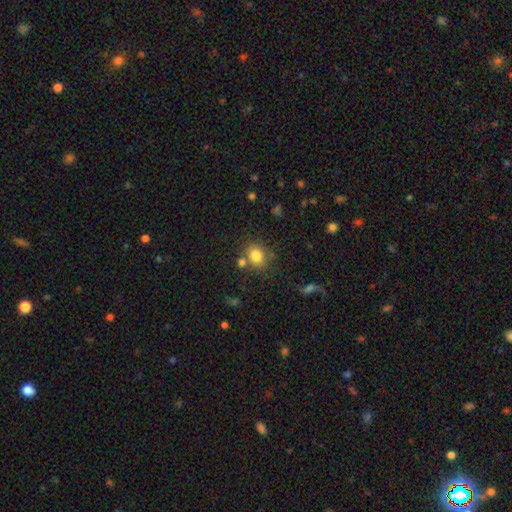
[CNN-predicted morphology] Overall: smooth (81%). How rounded: round (55%; in between 44%). Merging: none (69%).